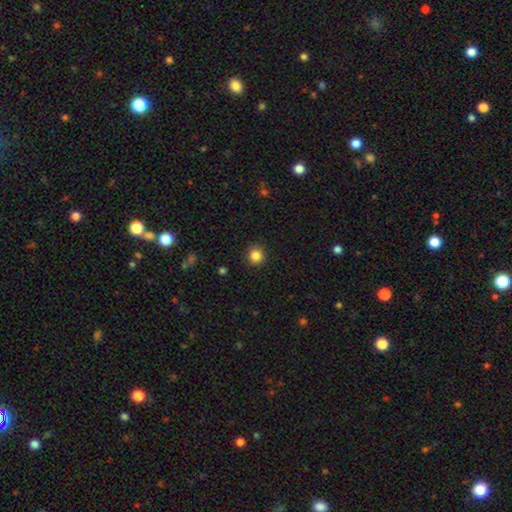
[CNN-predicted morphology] Q: Smooth or featured?
A: smooth (85%); runner-up: star or artifact (11%)
Q: How rounded?
A: round (91%); runner-up: in between (9%)
Q: Merging?
A: none (89%); runner-up: minor disturbance (7%)